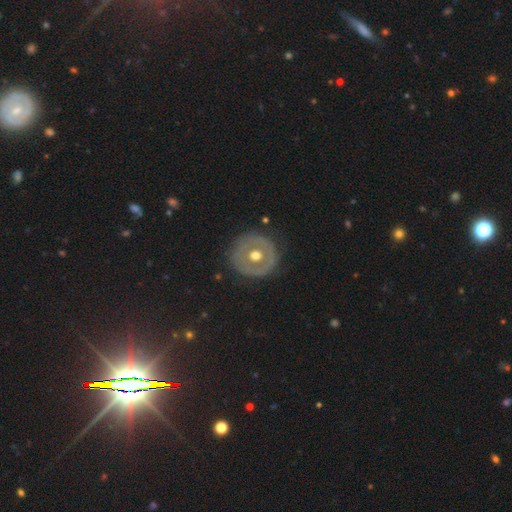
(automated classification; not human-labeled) Morphology: type=featured or disk (56%); edge-on=no (95%); bar=no (86%); spiral arms=no (88%); bulge=moderate (82%); merging=none (82%).